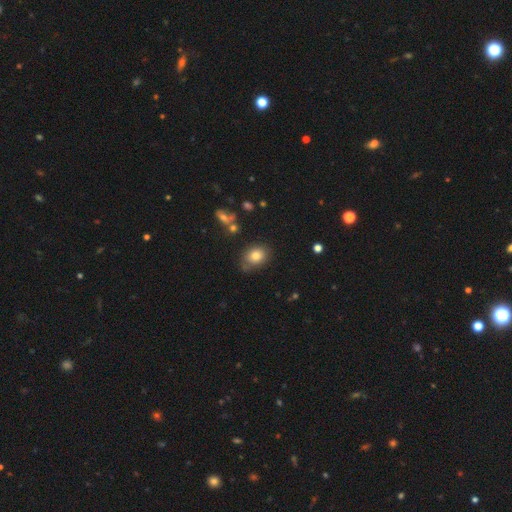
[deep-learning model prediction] Smooth or featured? Predicted: smooth (p=0.80). How rounded? Predicted: in between (p=0.57). Merging? Predicted: none (p=0.67).